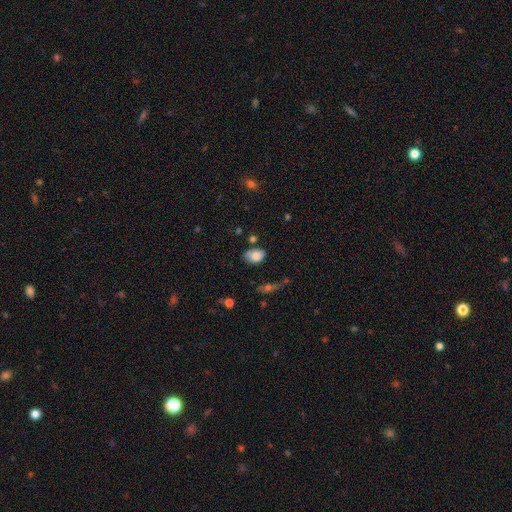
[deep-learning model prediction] A smooth galaxy with no disk features (80%) that is in between round and cigar-shaped (85%). Merging: none (68%).